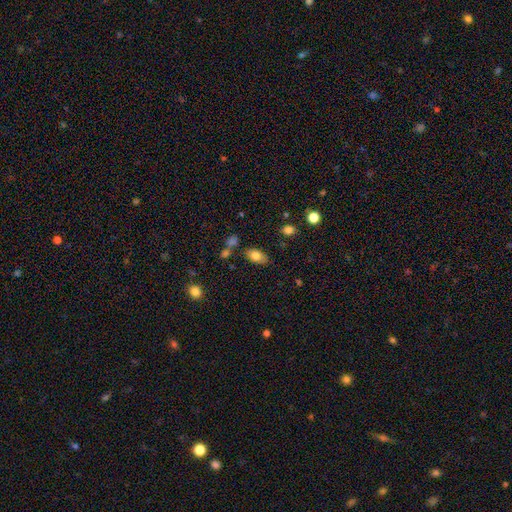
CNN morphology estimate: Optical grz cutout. It shows a smooth galaxy with no disk features (80%) that is in between round and cigar-shaped (89%). Merging: none (71%).